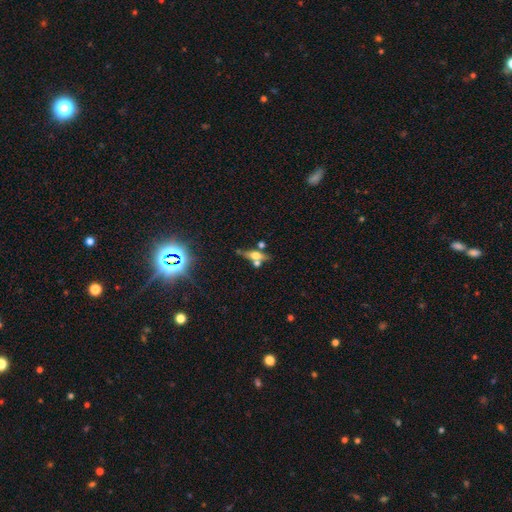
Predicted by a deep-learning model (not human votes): Smooth or featured? Predicted: featured or disk (p=0.52). Edge-on disk? Predicted: yes (p=0.82). Merging? Predicted: none (p=0.53).